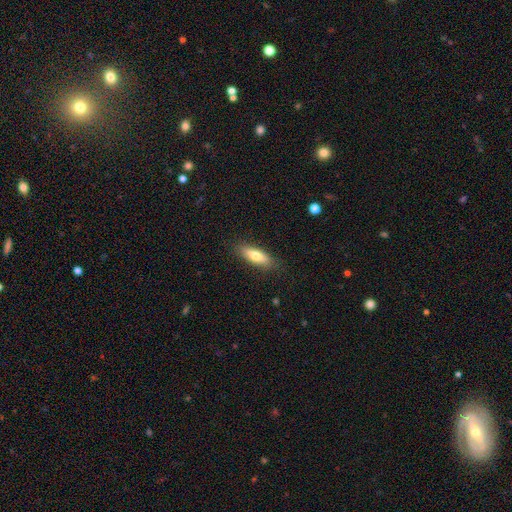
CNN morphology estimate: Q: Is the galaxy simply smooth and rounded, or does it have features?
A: smooth — 70%.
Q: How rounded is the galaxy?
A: in between — 57%.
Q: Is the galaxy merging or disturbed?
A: none — 86%.